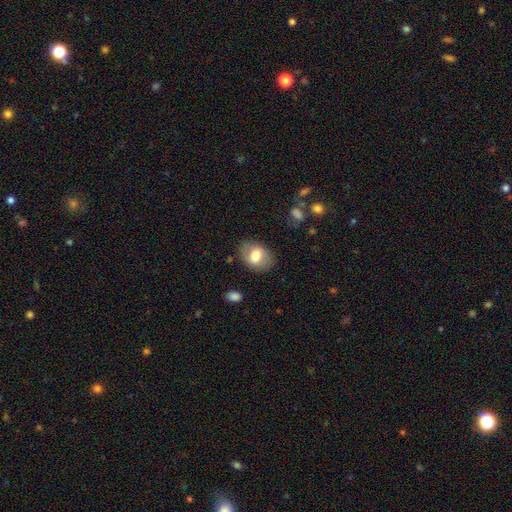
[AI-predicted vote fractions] smooth 70%, featured or disk 23%, star or artifact 7%. Down the decision tree: how rounded — in between (73%); merging — none (80%).